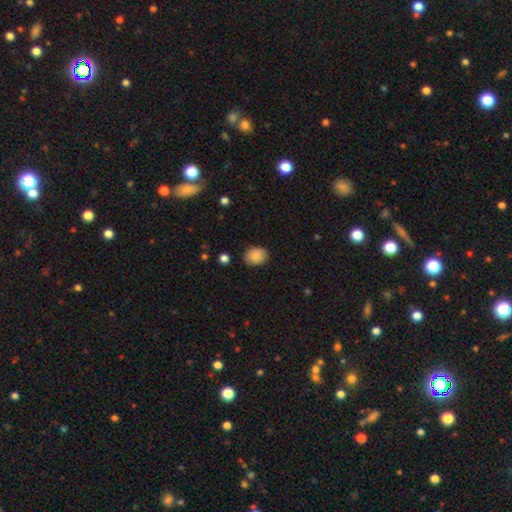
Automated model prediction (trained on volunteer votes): This is clearly a smooth galaxy (88%). How rounded: possibly in between (56%). Merging: clearly none (85%).